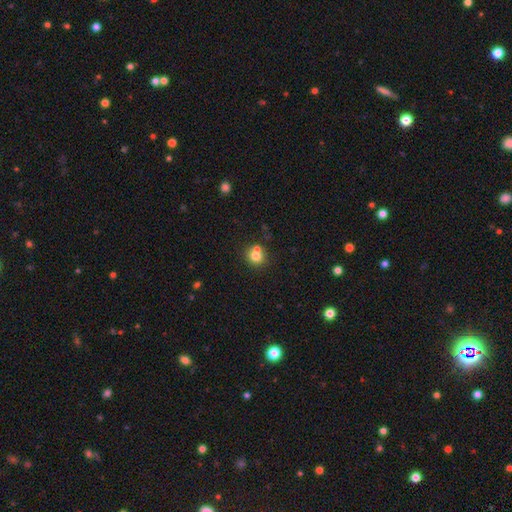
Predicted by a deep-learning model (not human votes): Q: Smooth or featured?
A: smooth (76%); runner-up: star or artifact (12%)
Q: How rounded?
A: round (84%); runner-up: in between (15%)
Q: Merging?
A: none (56%); runner-up: merger (33%)